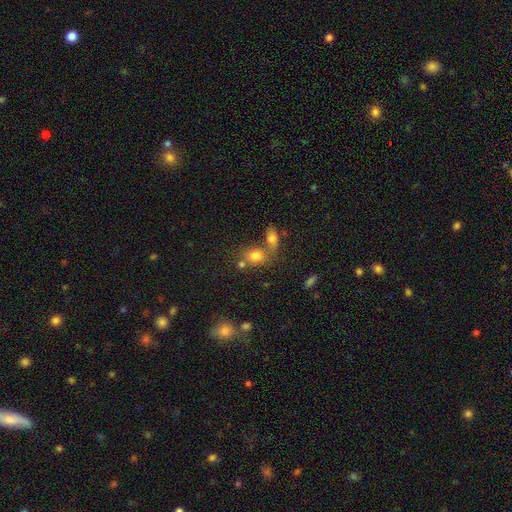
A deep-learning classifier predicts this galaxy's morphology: Smooth or featured?
  - smooth: 77% *
  - star or artifact: 13%
  - featured or disk: 10%
How rounded?
  - in between: 57% *
  - round: 41%
  - cigar-shaped: 2%
Merging?
  - none: 46% *
  - merger: 37%
  - minor disturbance: 12%
  - major disturbance: 5%